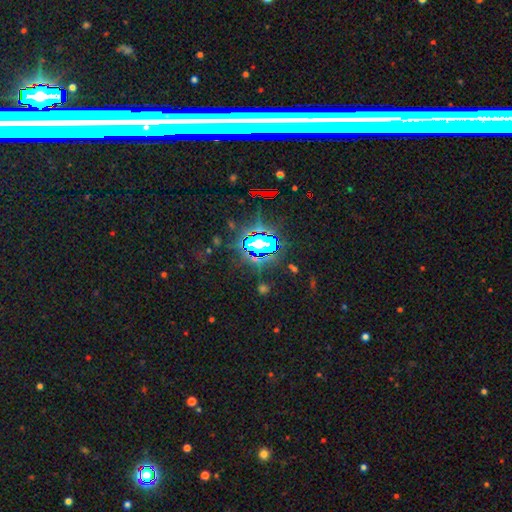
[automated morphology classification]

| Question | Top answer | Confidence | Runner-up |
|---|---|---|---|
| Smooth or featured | star or artifact | 77% | smooth (13%) |